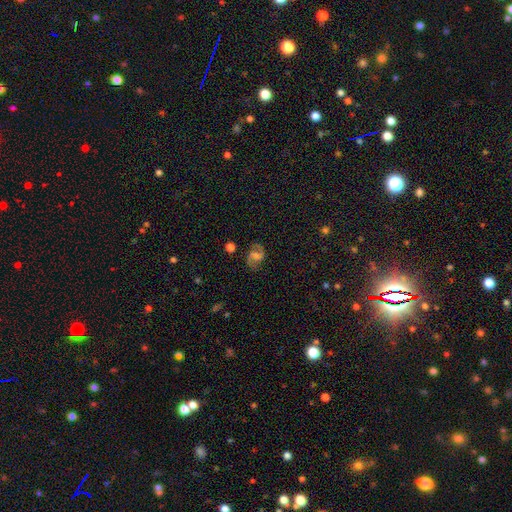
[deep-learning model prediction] Smooth or featured? featured or disk (78%)
Edge-on disk? no (98%)
Bar? weak (48%)
Spiral arms? yes (95%)
Spiral winding? medium (53%)
Spiral arm count? 2 (92%)
Bulge size? small (35%)
Merging? none (80%)